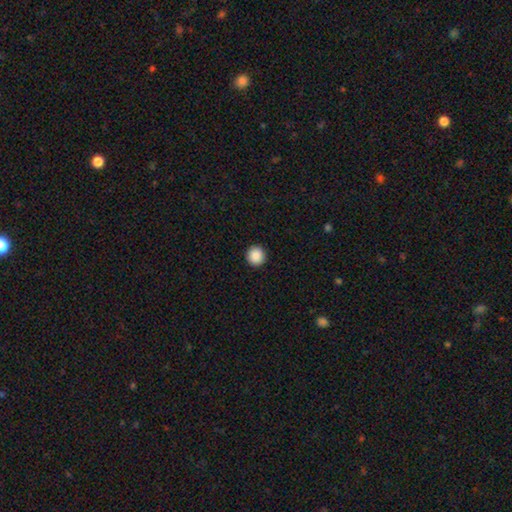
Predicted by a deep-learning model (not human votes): smooth-or-featured: smooth: 89% | star or artifact: 9% | featured or disk: 3%
  how-rounded: round: 95% | in between: 4% | cigar-shaped: 1%
  merging: none: 93% | minor disturbance: 4% | major disturbance: 1% | merger: 1%